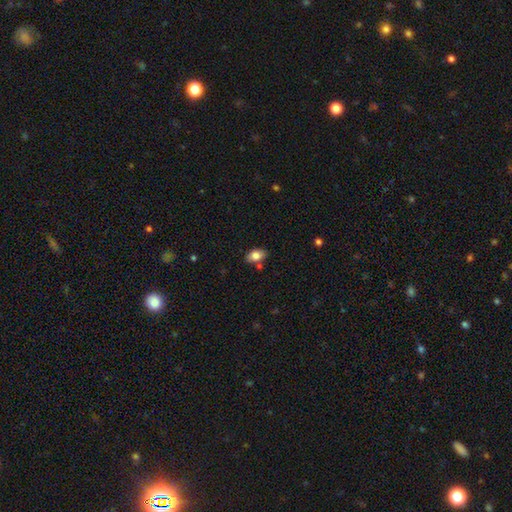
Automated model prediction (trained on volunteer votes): smooth_or_featured: smooth (p=0.81) [alt: featured or disk p=0.11]
how_rounded: in between (p=0.88) [alt: round p=0.11]
merging: none (p=0.78) [alt: minor disturbance p=0.13]